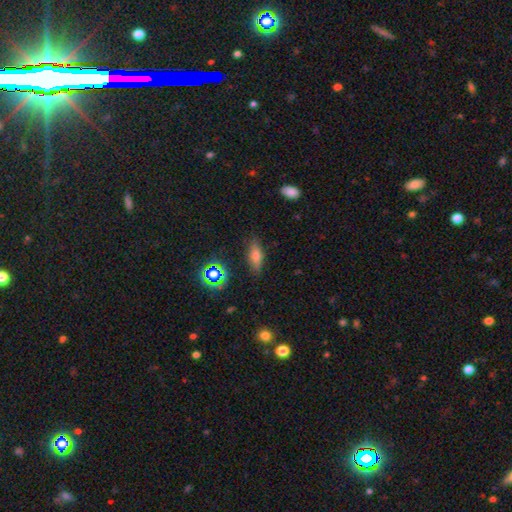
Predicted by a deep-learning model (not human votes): smooth_or_featured: smooth (p=0.64) [alt: featured or disk p=0.21]
how_rounded: in between (p=0.59) [alt: cigar-shaped p=0.35]
merging: none (p=0.84) [alt: minor disturbance p=0.11]